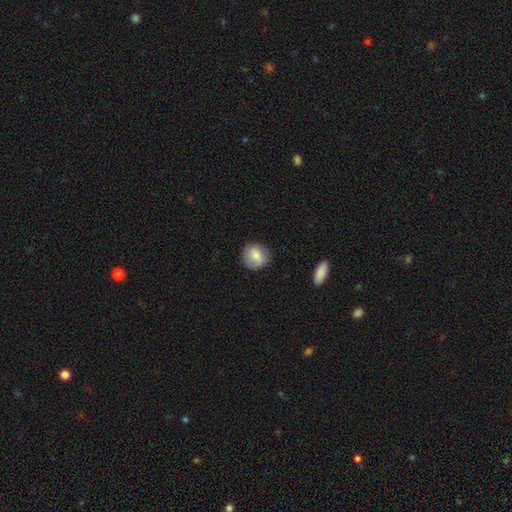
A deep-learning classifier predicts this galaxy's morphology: Smooth or featured?
  - smooth: 78% *
  - featured or disk: 15%
  - star or artifact: 7%
How rounded?
  - round: 86% *
  - in between: 13%
  - cigar-shaped: 1%
Merging?
  - none: 84% *
  - minor disturbance: 12%
  - major disturbance: 3%
  - merger: 1%